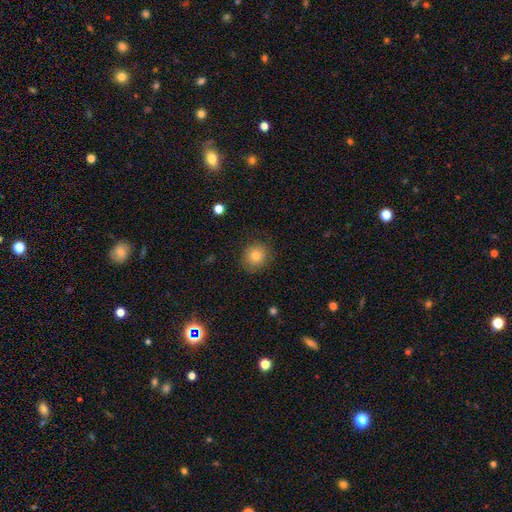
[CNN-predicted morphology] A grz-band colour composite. It shows a smooth galaxy with no disk features (81%) that is round (86%). Merging: none (85%).